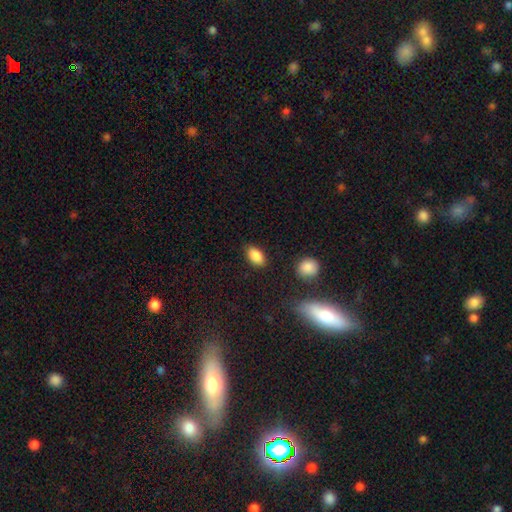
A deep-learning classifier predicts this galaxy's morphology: Smooth or featured?
  - smooth: 87% *
  - star or artifact: 8%
  - featured or disk: 5%
How rounded?
  - in between: 91% *
  - round: 7%
  - cigar-shaped: 2%
Merging?
  - none: 83% *
  - minor disturbance: 12%
  - major disturbance: 3%
  - merger: 2%